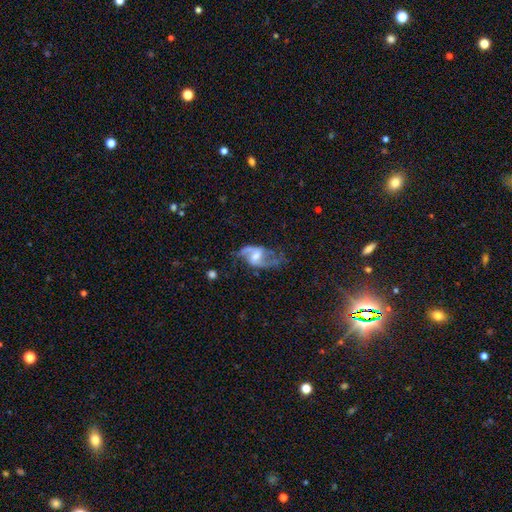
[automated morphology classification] The model was most divided on "bulge size": moderate: 44%, small: 31%, none: 14%, large: 10%, dominant: 1%. More confident: edge-on disk — no (97%); spiral arms — yes (95%); spiral arm count — 2 (91%); smooth or featured — featured or disk (86%); merging — none (61%); bar — weak (55%); spiral winding — loose (54%).